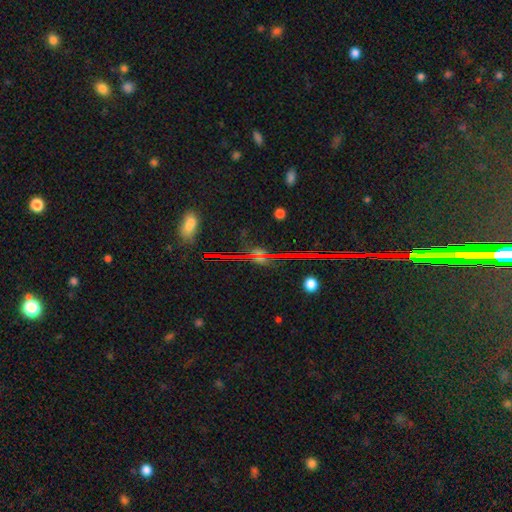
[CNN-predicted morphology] star or artifact 62%, featured or disk 22%, smooth 15%.